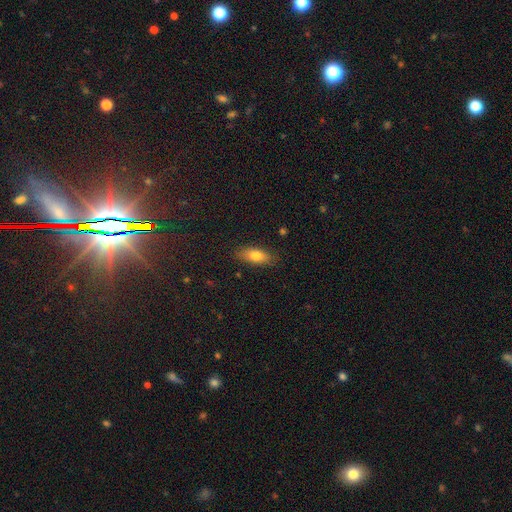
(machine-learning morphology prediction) smooth_or_featured: smooth (p=0.77) [alt: featured or disk p=0.15]
how_rounded: in between (p=0.78) [alt: cigar-shaped p=0.18]
merging: none (p=0.84) [alt: minor disturbance p=0.12]